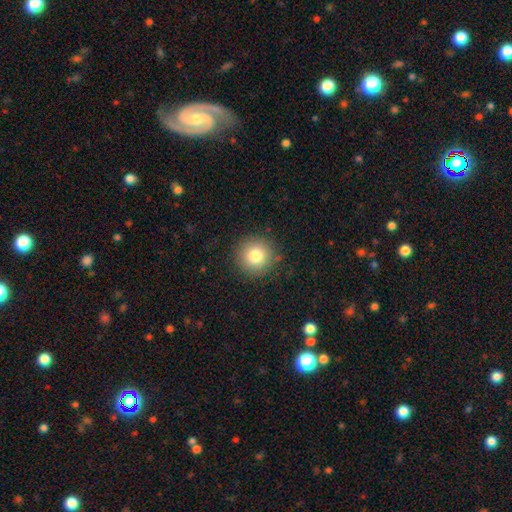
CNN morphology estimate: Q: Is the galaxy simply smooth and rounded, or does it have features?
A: smooth — 80%.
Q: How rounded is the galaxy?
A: round — 94%.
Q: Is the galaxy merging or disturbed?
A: none — 88%.